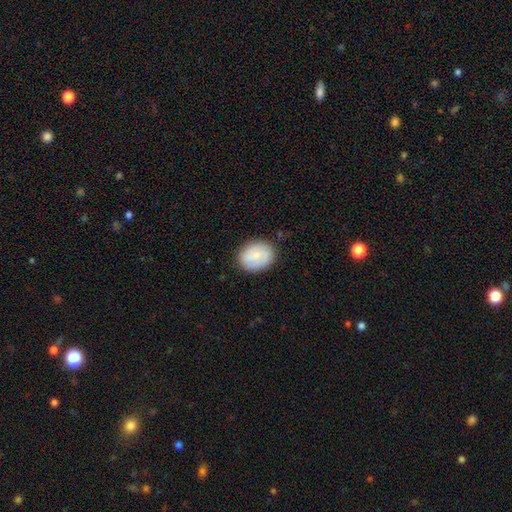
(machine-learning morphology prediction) type=smooth (76%); roundness=in between (53%); merging=none (84%).